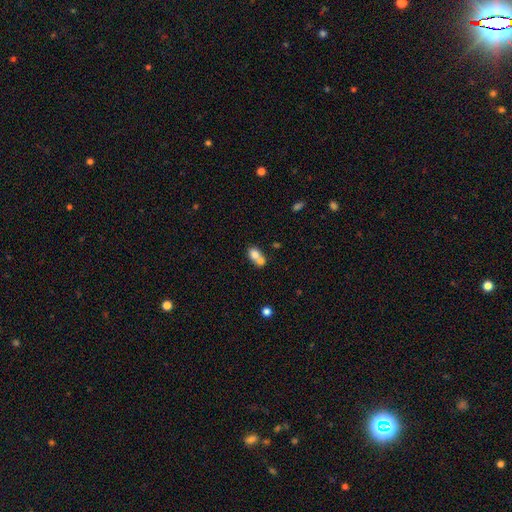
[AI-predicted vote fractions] Smooth or featured: smooth — 73% (featured or disk — 17%)
How rounded: in between — 64% (round — 34%)
Merging: merger — 64% (none — 25%)